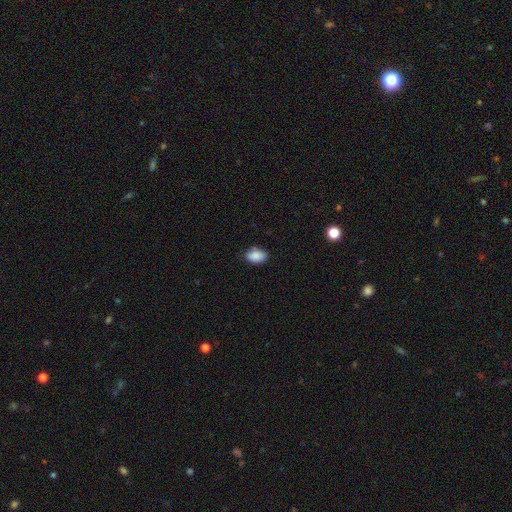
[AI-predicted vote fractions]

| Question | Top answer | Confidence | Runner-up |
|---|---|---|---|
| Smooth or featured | smooth | 88% | star or artifact (8%) |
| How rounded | in between | 88% | round (10%) |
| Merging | none | 79% | minor disturbance (17%) |